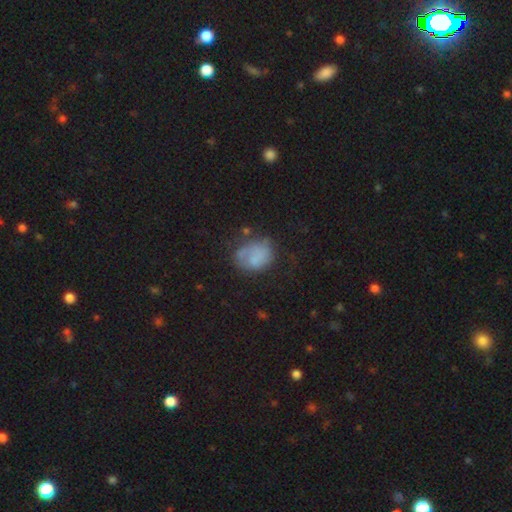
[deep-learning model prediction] Overall: smooth (65%). How rounded: in between (51%; round 48%). Merging: none (45%; minor disturbance 28%).